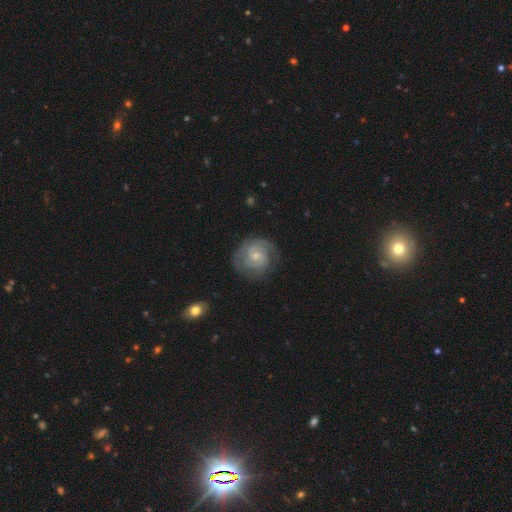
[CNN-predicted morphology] Smooth or featured: featured or disk — 78% (smooth — 17%)
Edge-on disk: no — 98% (yes — 2%)
Bar: no — 70% (weak — 26%)
Spiral arms: yes — 93% (no — 7%)
Spiral winding: tight — 64% (medium — 29%)
Spiral arm count: 2 — 47% (can't tell — 24%)
Bulge size: small — 69% (moderate — 26%)
Merging: none — 75% (minor disturbance — 16%)